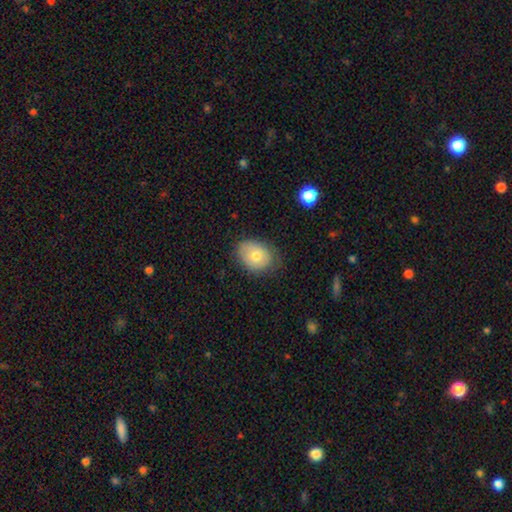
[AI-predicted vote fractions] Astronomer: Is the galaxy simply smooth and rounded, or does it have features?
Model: smooth — 74%.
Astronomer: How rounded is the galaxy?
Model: in between — 67%.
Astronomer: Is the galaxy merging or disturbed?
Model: none — 71%.